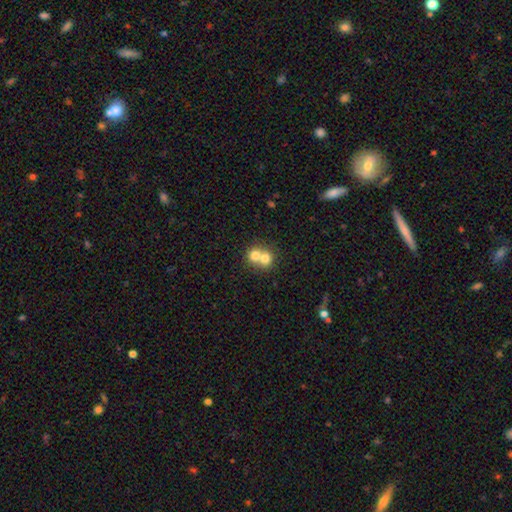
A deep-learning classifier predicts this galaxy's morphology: Smooth or featured? smooth (73%)
How rounded? round (80%)
Merging? merger (69%)